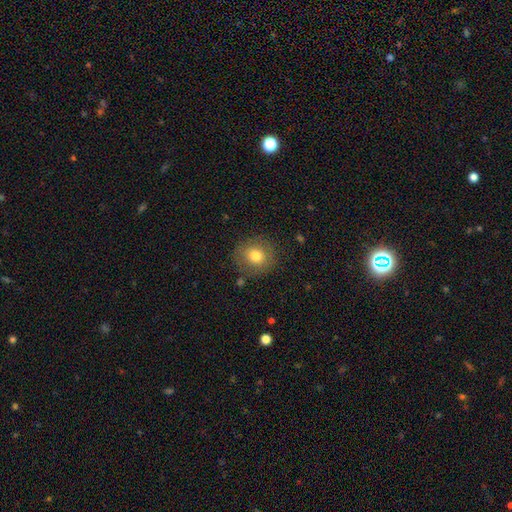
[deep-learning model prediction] This is likely a smooth galaxy (76%). How rounded: clearly round (88%). Merging: clearly none (84%).